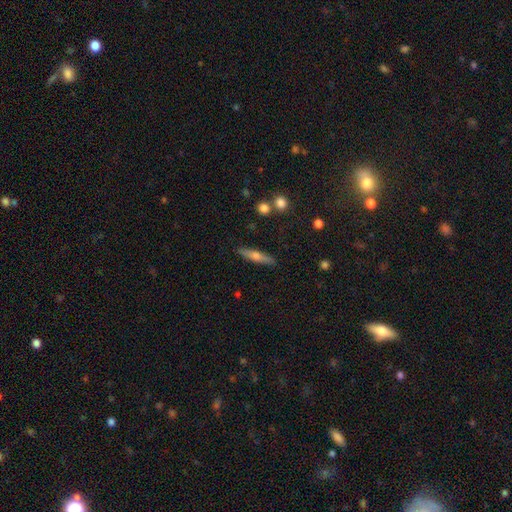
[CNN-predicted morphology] smooth-or-featured: smooth: 49% | featured or disk: 45% | star or artifact: 6%
  merging: none: 88% | minor disturbance: 8% | merger: 2% | major disturbance: 2%